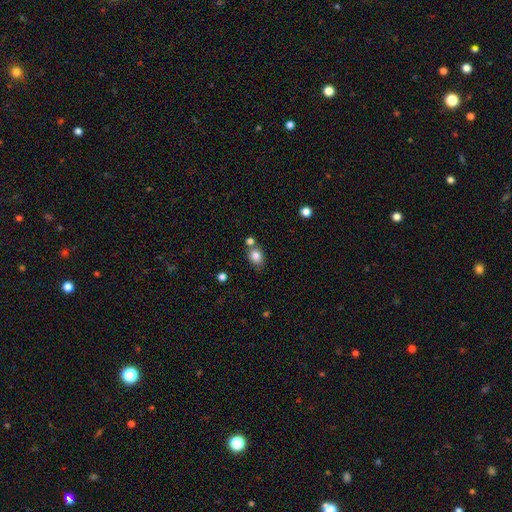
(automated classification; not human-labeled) smooth-or-featured: smooth: 83% | star or artifact: 10% | featured or disk: 7%
  how-rounded: in between: 57% | round: 42% | cigar-shaped: 1%
  merging: none: 65% | merger: 17% | minor disturbance: 14% | major disturbance: 4%